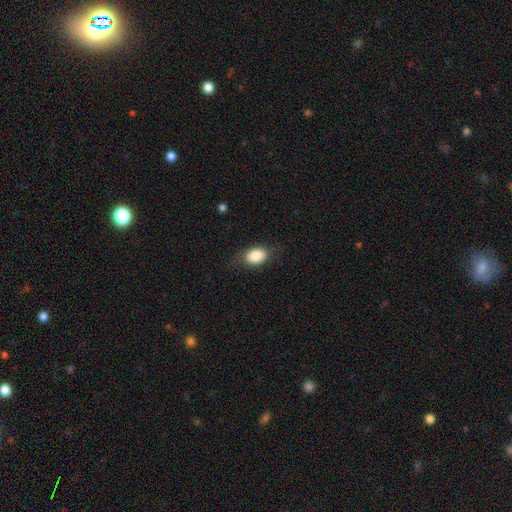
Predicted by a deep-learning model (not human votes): smooth-or-featured: smooth: 86% | star or artifact: 7% | featured or disk: 7%
  how-rounded: in between: 81% | round: 17% | cigar-shaped: 2%
  merging: none: 77% | minor disturbance: 16% | major disturbance: 5% | merger: 1%